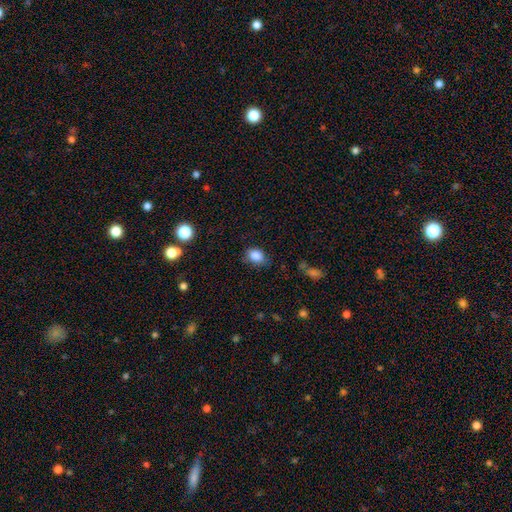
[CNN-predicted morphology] Smooth or featured?
  - smooth: 85% *
  - star or artifact: 10%
  - featured or disk: 6%
How rounded?
  - in between: 66% *
  - round: 33%
  - cigar-shaped: 1%
Merging?
  - none: 74% *
  - minor disturbance: 20%
  - major disturbance: 4%
  - merger: 2%